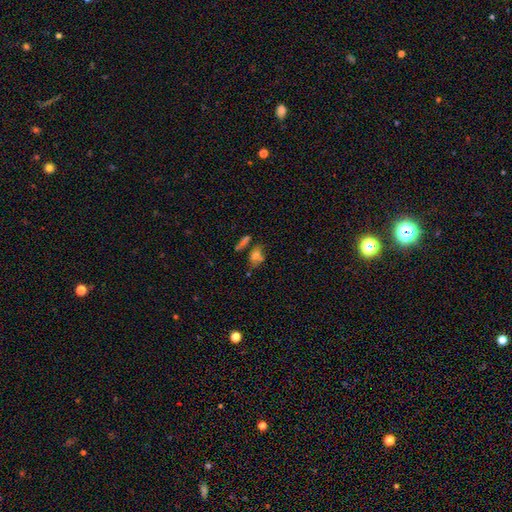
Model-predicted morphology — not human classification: Smooth or featured? smooth (62%)
How rounded? in between (70%)
Merging? none (50%)